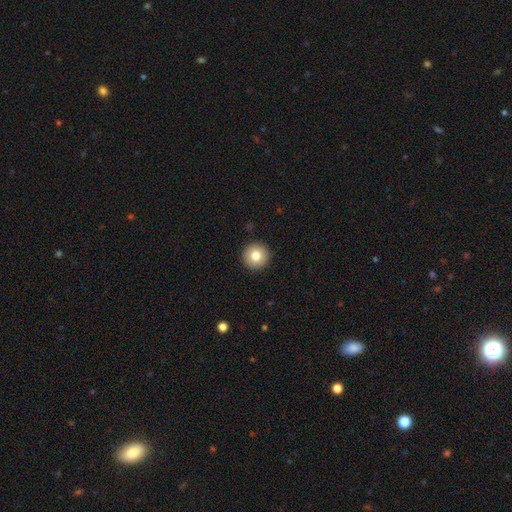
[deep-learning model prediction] The model was most divided on "smooth or featured": smooth: 80%, featured or disk: 11%, star or artifact: 9%. More confident: how rounded — round (96%); merging — none (93%).